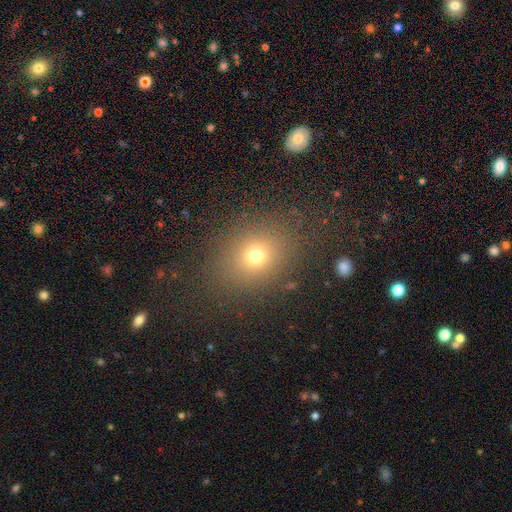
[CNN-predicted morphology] Q: Smooth or featured?
A: smooth (70%); runner-up: star or artifact (19%)
Q: How rounded?
A: round (59%); runner-up: in between (40%)
Q: Merging?
A: none (81%); runner-up: minor disturbance (11%)